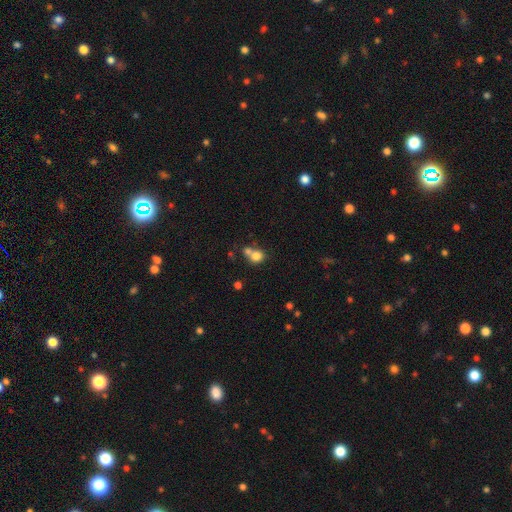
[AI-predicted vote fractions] Smooth or featured?
  - smooth: 77% *
  - star or artifact: 12%
  - featured or disk: 11%
How rounded?
  - round: 74% *
  - in between: 25%
  - cigar-shaped: 1%
Merging?
  - merger: 47% *
  - none: 40%
  - minor disturbance: 9%
  - major disturbance: 5%